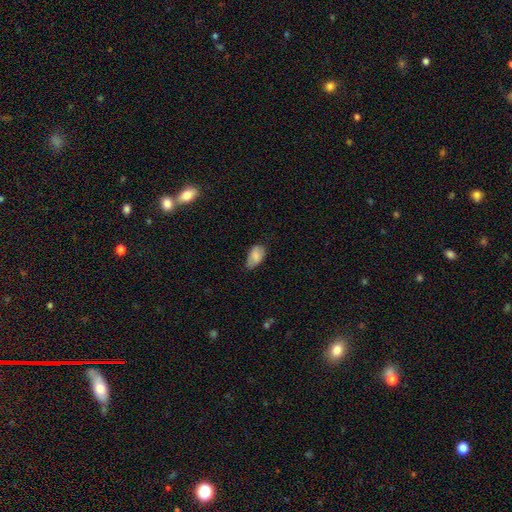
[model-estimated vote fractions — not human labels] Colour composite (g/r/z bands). It shows a smooth galaxy with no disk features (82%) that is in between round and cigar-shaped (92%). Merging: none (52%).